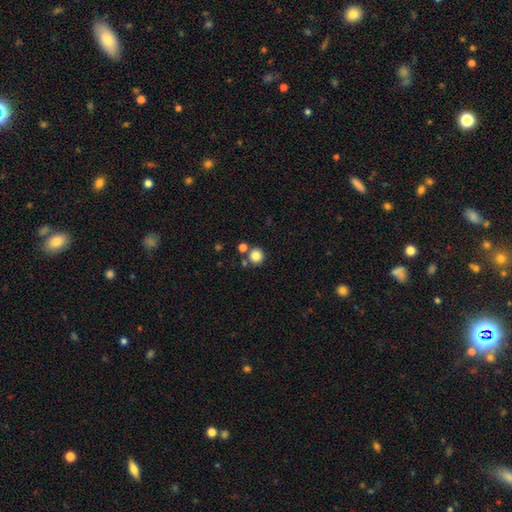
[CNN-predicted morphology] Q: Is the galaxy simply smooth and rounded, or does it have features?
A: smooth — 83%.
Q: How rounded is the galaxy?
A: round — 93%.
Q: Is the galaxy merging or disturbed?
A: none — 74%.